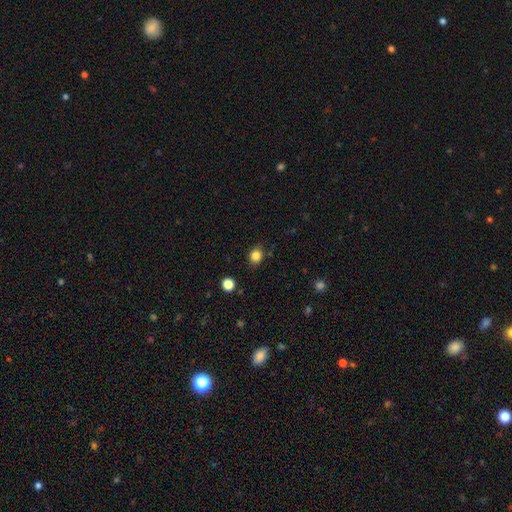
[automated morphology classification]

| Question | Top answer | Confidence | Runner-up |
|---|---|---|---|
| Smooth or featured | smooth | 84% | star or artifact (12%) |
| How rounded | round | 68% | in between (31%) |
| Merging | none | 83% | minor disturbance (12%) |